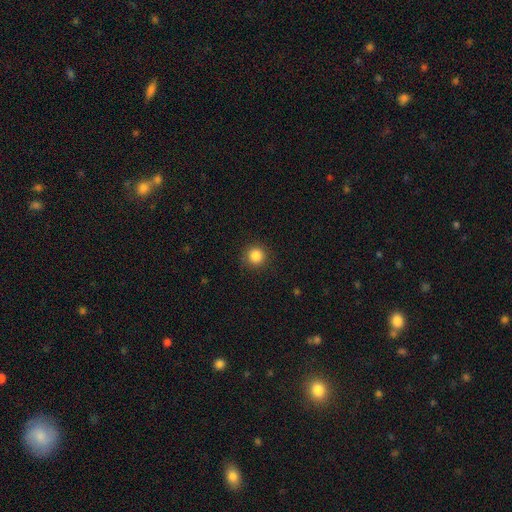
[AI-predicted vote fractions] smooth 85%, star or artifact 11%, featured or disk 4%. Down the decision tree: how rounded — round (94%); merging — none (90%).